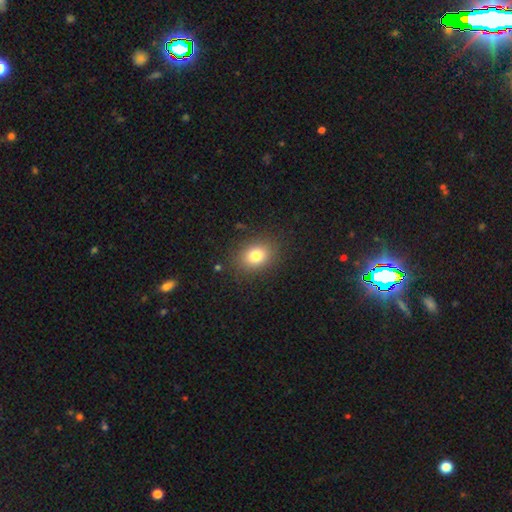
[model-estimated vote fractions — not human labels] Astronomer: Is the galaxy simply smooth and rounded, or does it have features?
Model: smooth — 79%.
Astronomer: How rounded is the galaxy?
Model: in between — 53% (runner-up: round, 46%).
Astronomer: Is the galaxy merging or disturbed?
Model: none — 86%.